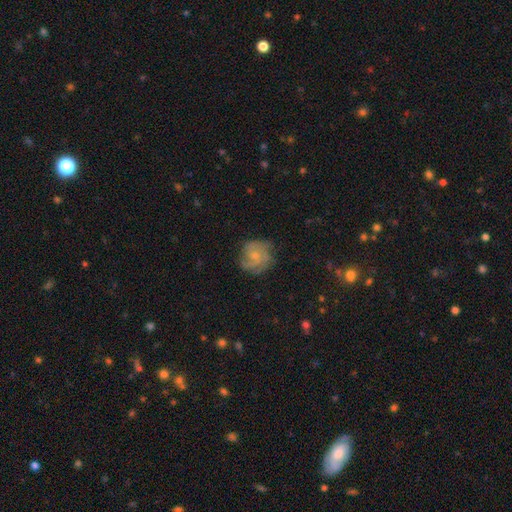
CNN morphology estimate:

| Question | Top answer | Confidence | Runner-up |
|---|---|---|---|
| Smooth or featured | featured or disk | 77% | smooth (16%) |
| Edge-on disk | no | 98% | yes (2%) |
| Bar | no | 71% | weak (26%) |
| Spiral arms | yes | 95% | no (5%) |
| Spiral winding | tight | 48% | medium (41%) |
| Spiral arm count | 3 | 41% | 2 (20%) |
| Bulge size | small | 64% | moderate (26%) |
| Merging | none | 71% | minor disturbance (19%) |